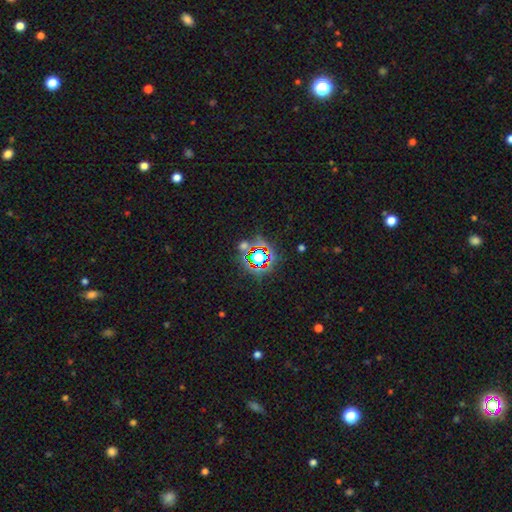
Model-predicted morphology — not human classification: star or artifact 78%, smooth 13%, featured or disk 9%.